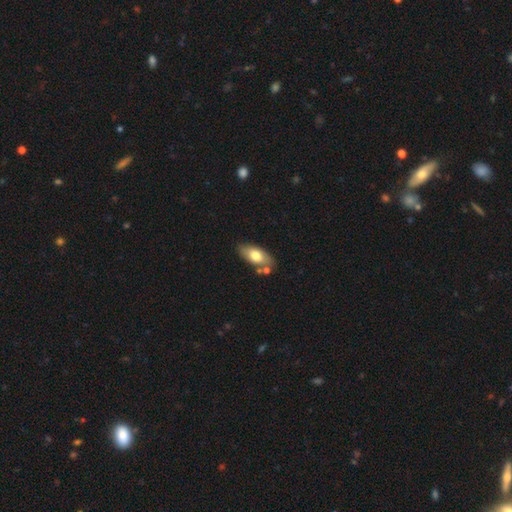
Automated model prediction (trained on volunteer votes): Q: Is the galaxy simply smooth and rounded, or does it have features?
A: smooth — 71%.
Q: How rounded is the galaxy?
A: in between — 89%.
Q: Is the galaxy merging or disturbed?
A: none — 71%.